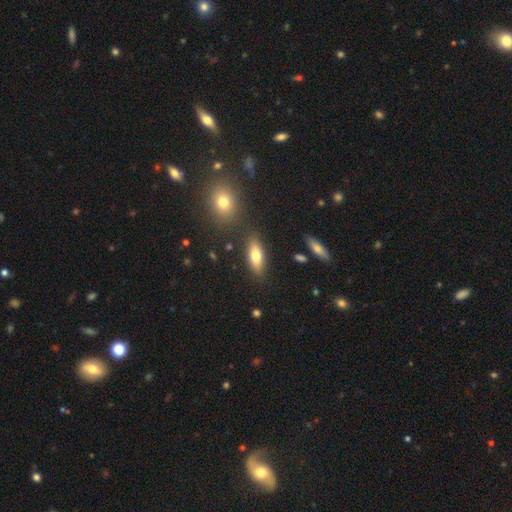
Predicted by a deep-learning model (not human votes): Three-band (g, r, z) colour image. It shows a smooth galaxy with no disk features (74%) that is in between round and cigar-shaped (74%). Merging: none (82%).